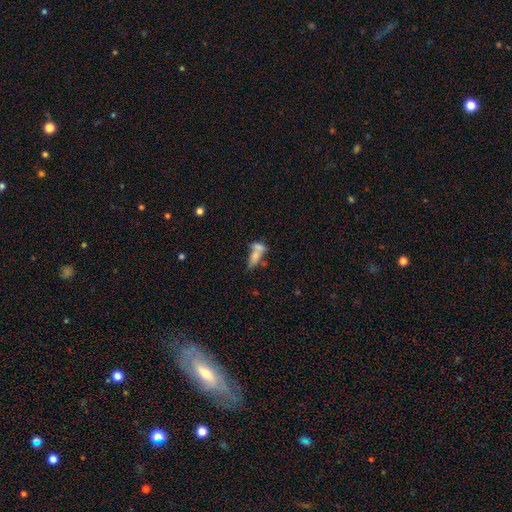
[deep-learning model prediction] smooth 62%, featured or disk 26%, star or artifact 11%. Down the decision tree: how rounded — in between (67%); merging — merger (56%).